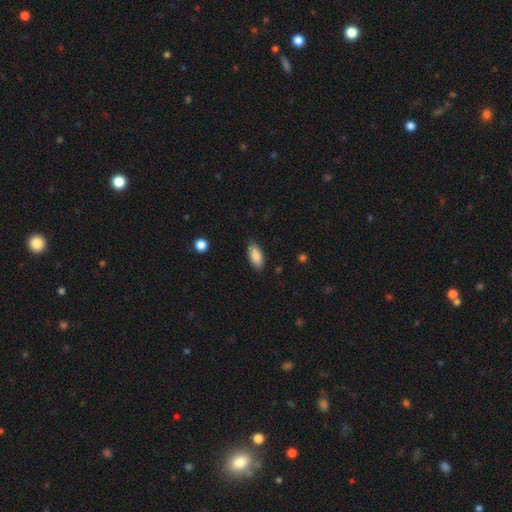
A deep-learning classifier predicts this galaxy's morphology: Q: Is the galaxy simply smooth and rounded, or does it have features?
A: smooth — 86%.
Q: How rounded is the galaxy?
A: in between — 87%.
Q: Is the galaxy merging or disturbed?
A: none — 83%.